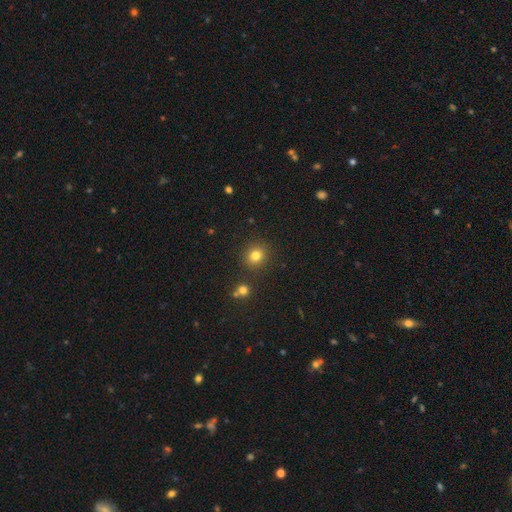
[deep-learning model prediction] Smooth or featured?
  - smooth: 80% *
  - star or artifact: 14%
  - featured or disk: 6%
How rounded?
  - round: 84% *
  - in between: 15%
  - cigar-shaped: 1%
Merging?
  - none: 87% *
  - minor disturbance: 7%
  - merger: 3%
  - major disturbance: 2%